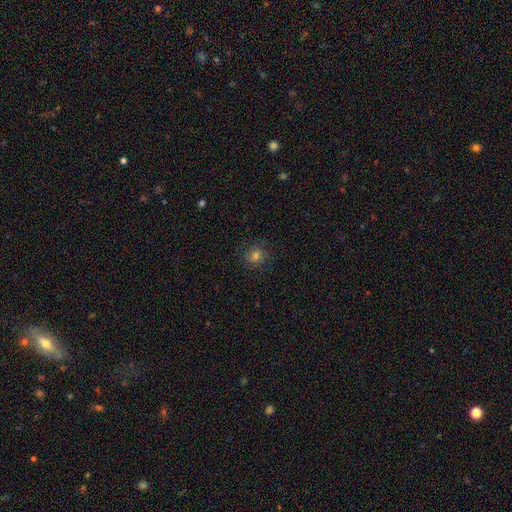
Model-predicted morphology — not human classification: Smooth or featured? Predicted: smooth (p=0.67). How rounded? Predicted: round (p=0.86). Merging? Predicted: none (p=0.84).